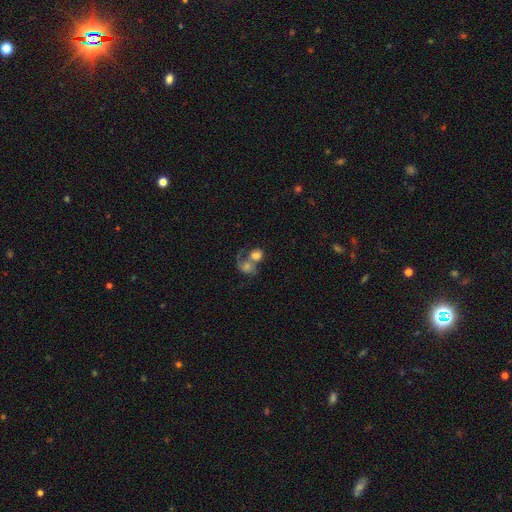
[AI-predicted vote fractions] The model was most divided on "how rounded": round: 61%, in between: 37%, cigar-shaped: 1%. More confident: merging — merger (64%); smooth or featured — smooth (59%).